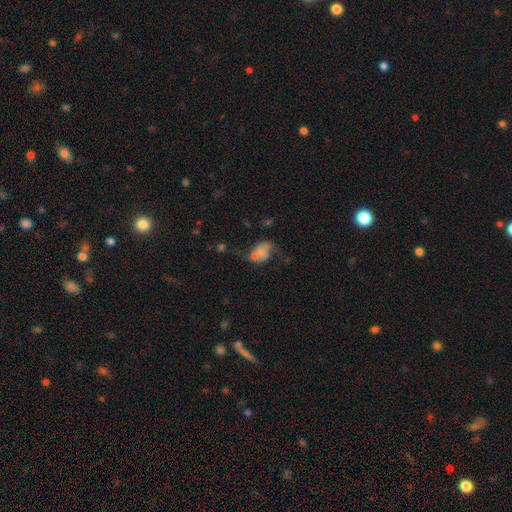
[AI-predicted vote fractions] Smooth or featured?
  - featured or disk: 41% *
  - smooth: 40%
  - star or artifact: 19%
Merging?
  - none: 31% *
  - major disturbance: 26%
  - merger: 23%
  - minor disturbance: 20%